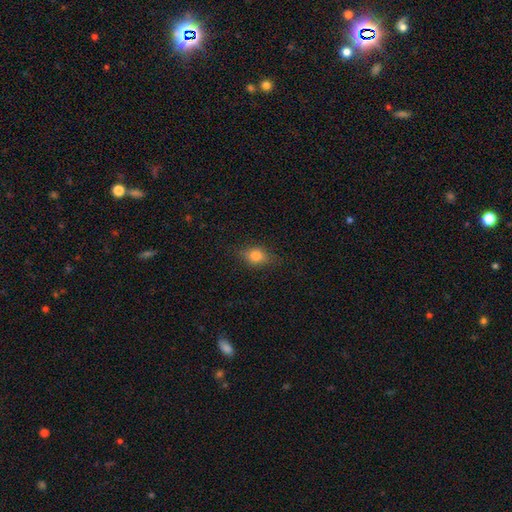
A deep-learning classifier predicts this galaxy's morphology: smooth 78%, star or artifact 11%, featured or disk 11%. Down the decision tree: how rounded — in between (55%); merging — none (80%).